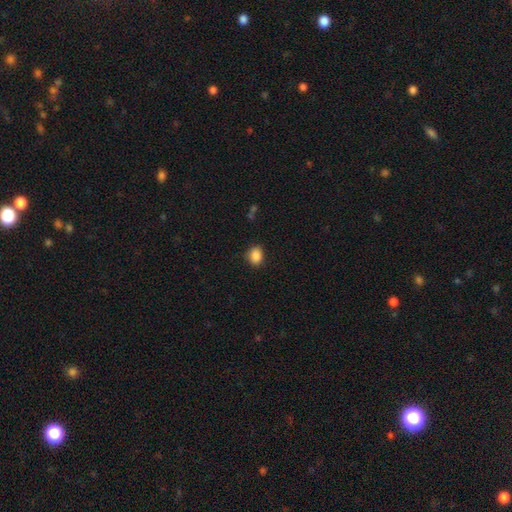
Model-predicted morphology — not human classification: Overall: smooth (88%). How rounded: in between (55%; round 44%). Merging: none (84%).